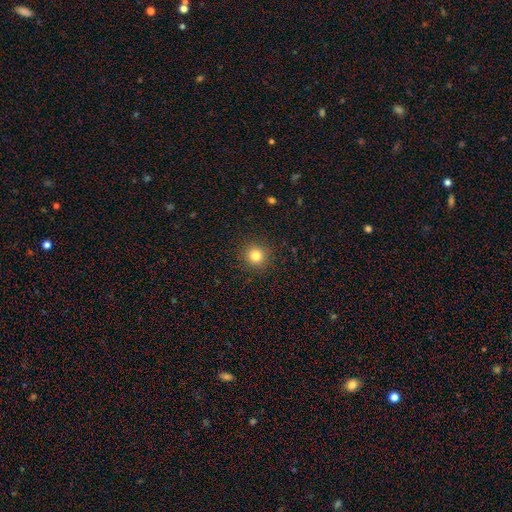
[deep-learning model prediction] Smooth or featured? Predicted: smooth (p=0.81). How rounded? Predicted: round (p=0.93). Merging? Predicted: none (p=0.91).